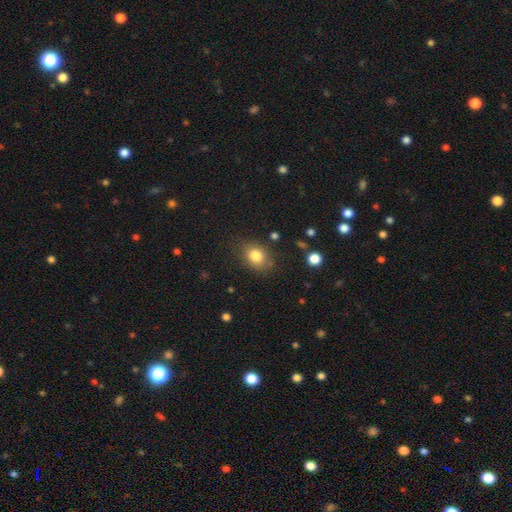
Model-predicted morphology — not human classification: smooth_or_featured: smooth (p=0.82) [alt: star or artifact p=0.10]
how_rounded: in between (p=0.58) [alt: round p=0.41]
merging: none (p=0.76) [alt: minor disturbance p=0.17]